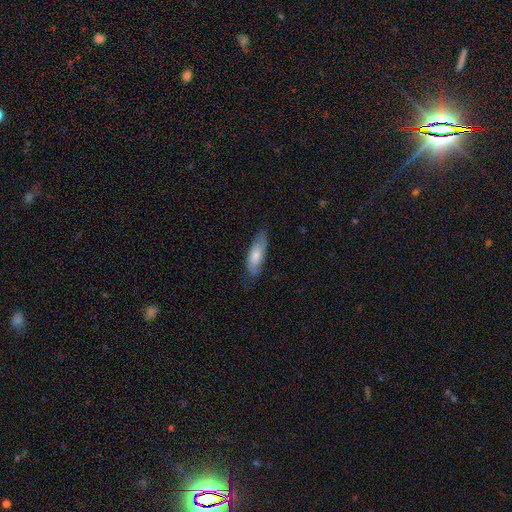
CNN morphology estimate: Smooth or featured: smooth — 67% (featured or disk — 27%)
How rounded: in between — 64% (cigar-shaped — 34%)
Merging: none — 69% (minor disturbance — 24%)